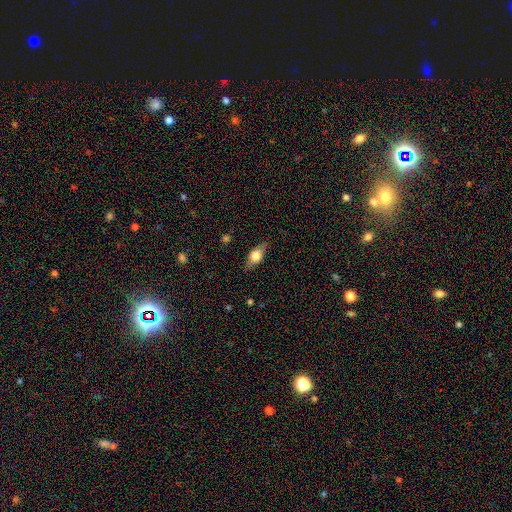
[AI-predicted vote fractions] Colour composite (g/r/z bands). It shows a smooth galaxy with no disk features (54%) that is in between round and cigar-shaped (73%). Merging: none (82%).